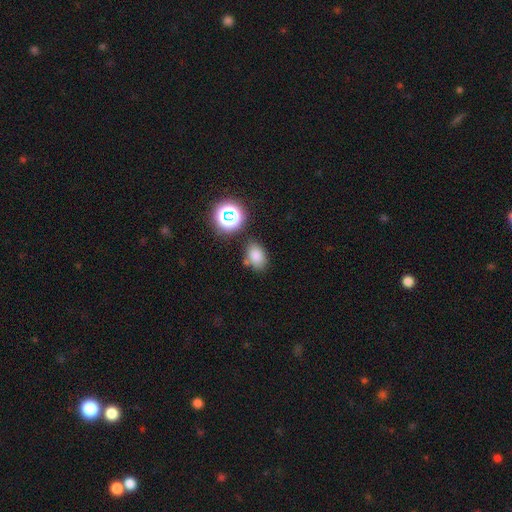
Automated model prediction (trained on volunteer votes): Morphology: type=smooth (77%); roundness=in between (76%); merging=none (73%).